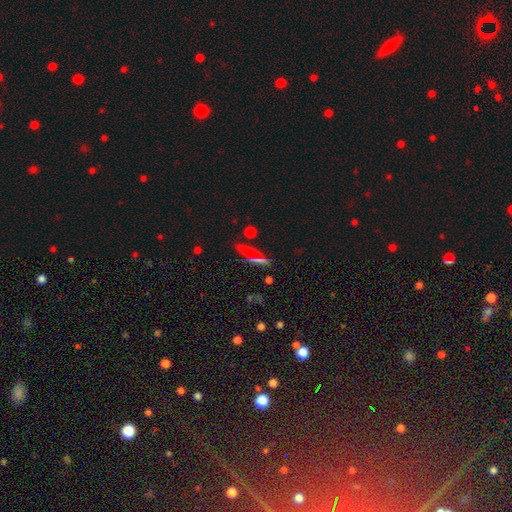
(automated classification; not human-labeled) Morphology: type=smooth (61%); roundness=cigar-shaped (75%); merging=none (83%).